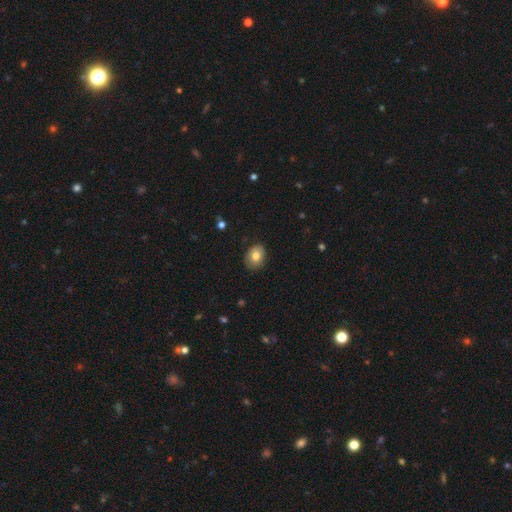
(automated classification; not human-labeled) smooth 81%, featured or disk 11%, star or artifact 9%. Down the decision tree: how rounded — in between (59%); merging — none (85%).